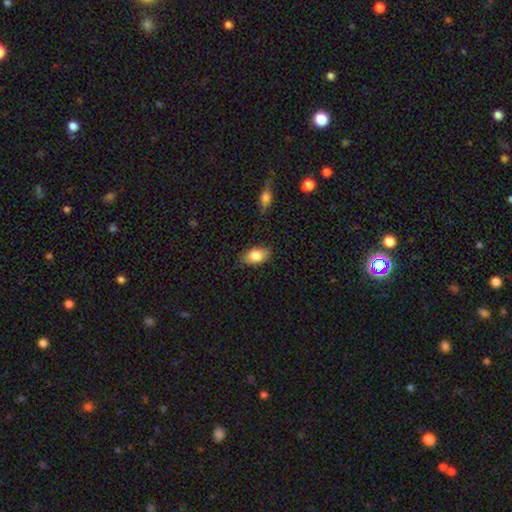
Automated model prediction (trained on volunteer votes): This appears to be a smooth galaxy with no disk features (82%) that is in between round and cigar-shaped (91%). Merging: none (83%).